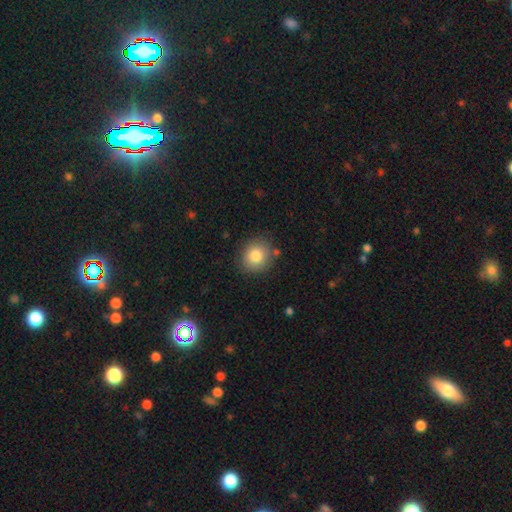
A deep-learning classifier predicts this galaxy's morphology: smooth 81%, featured or disk 10%, star or artifact 9%. Down the decision tree: how rounded — round (81%); merging — none (83%).